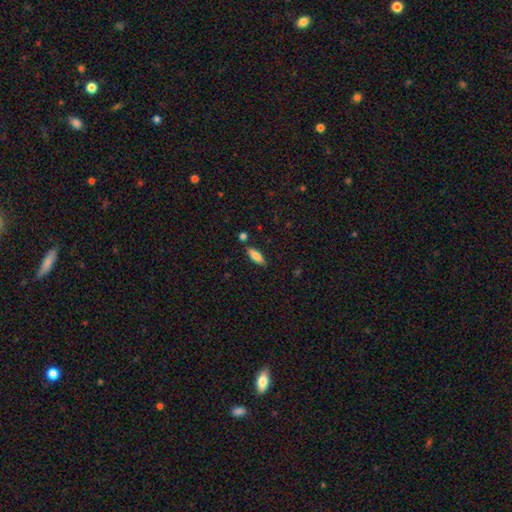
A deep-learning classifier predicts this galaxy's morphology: Overall: smooth (82%). How rounded: in between (66%; cigar-shaped 32%). Merging: none (82%).